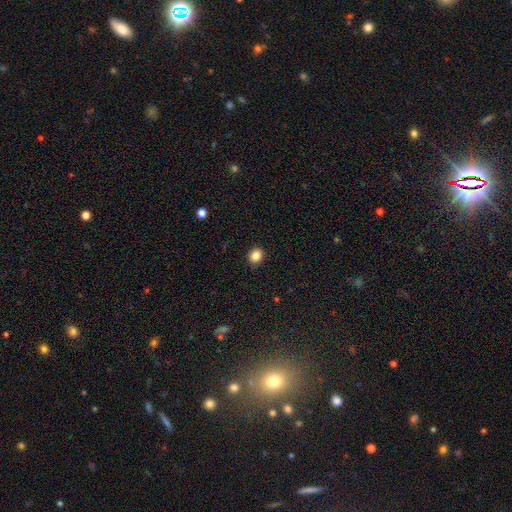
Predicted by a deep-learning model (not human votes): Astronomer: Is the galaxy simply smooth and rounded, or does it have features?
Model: smooth — 85%.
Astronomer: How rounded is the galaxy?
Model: round — 74%.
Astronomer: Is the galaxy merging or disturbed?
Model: none — 91%.